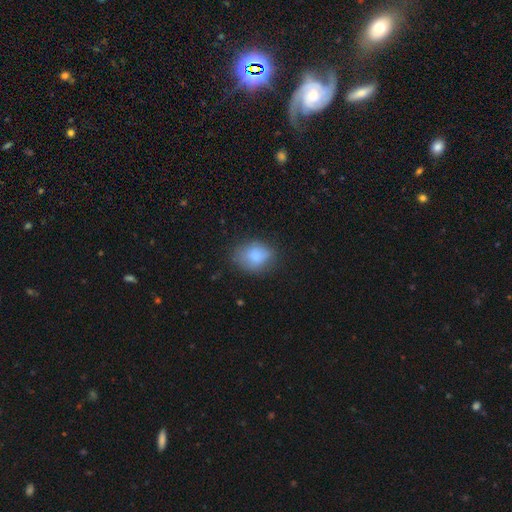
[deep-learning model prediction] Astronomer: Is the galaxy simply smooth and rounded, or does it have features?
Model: smooth — 82%.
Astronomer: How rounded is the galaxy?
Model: in between — 57% (runner-up: round, 42%).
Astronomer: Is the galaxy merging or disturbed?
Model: none — 65%.